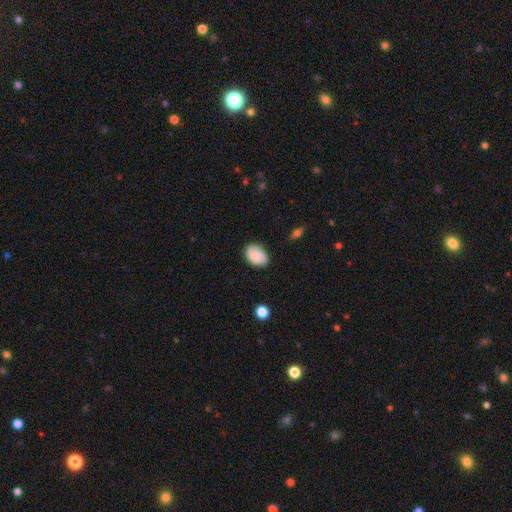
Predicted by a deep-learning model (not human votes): smooth 80%, featured or disk 12%, star or artifact 8%. Down the decision tree: how rounded — in between (81%); merging — none (76%).